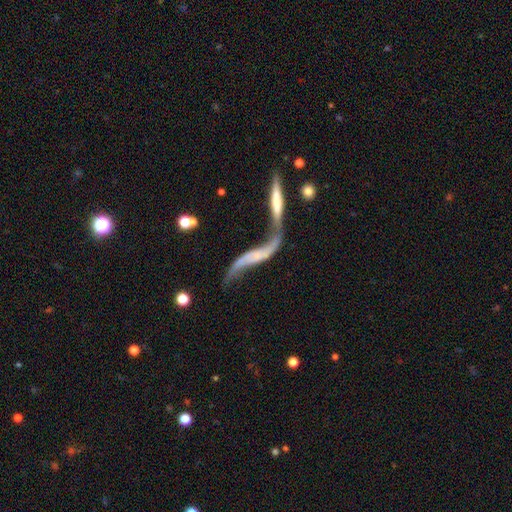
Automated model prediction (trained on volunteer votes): Morphology: type=featured or disk (78%); edge-on=no (71%); bar=no (57%); spiral arms=yes (83%); bulge=none (54%); merging=merger (48%).